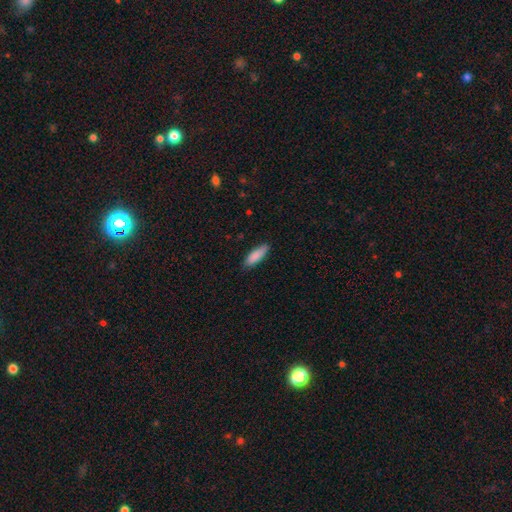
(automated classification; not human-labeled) Smooth or featured? Predicted: smooth (p=0.87). How rounded? Predicted: cigar-shaped (p=0.52). Merging? Predicted: none (p=0.84).